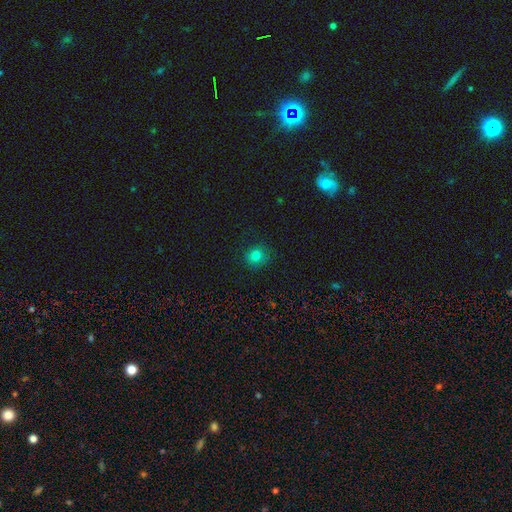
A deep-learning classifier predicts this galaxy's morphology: This is likely a smooth galaxy (79%). How rounded: clearly round (86%). Merging: clearly none (87%).